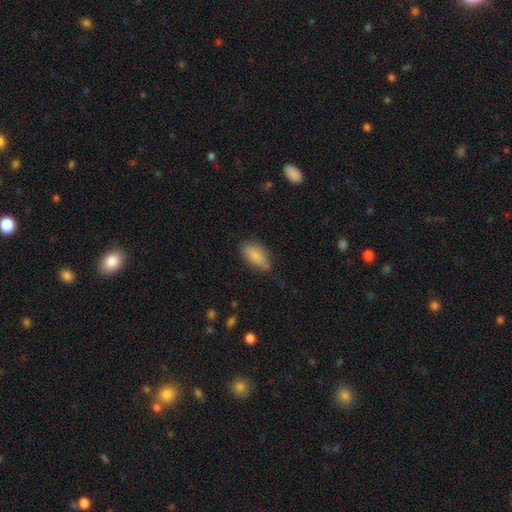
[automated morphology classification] Q: Smooth or featured?
A: smooth (81%); runner-up: featured or disk (12%)
Q: How rounded?
A: in between (87%); runner-up: cigar-shaped (10%)
Q: Merging?
A: none (59%); runner-up: minor disturbance (31%)